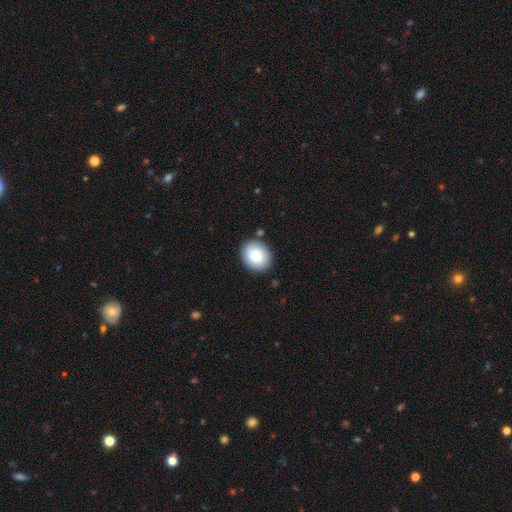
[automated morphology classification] smooth_or_featured: smooth (p=0.85) [alt: featured or disk p=0.08]
how_rounded: round (p=0.65) [alt: in between p=0.34]
merging: none (p=0.85) [alt: minor disturbance p=0.10]